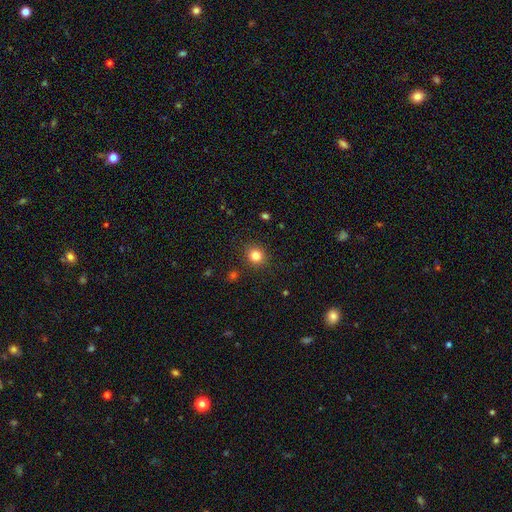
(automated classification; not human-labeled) A smooth galaxy with no disk features (82%) that is round (88%). Merging: none (90%).